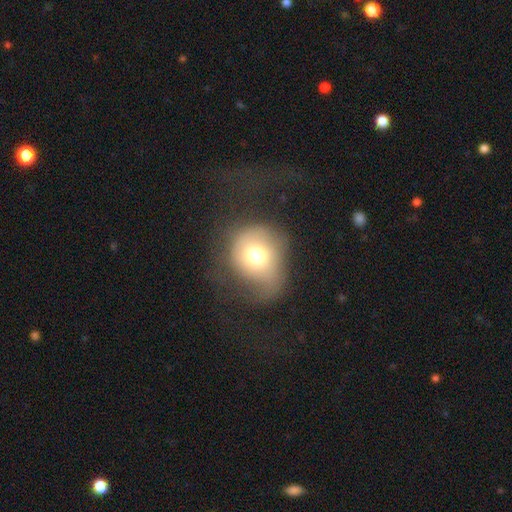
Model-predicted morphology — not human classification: Smooth or featured? Predicted: smooth (p=0.65). How rounded? Predicted: round (p=0.73). Merging? Predicted: none (p=0.36).